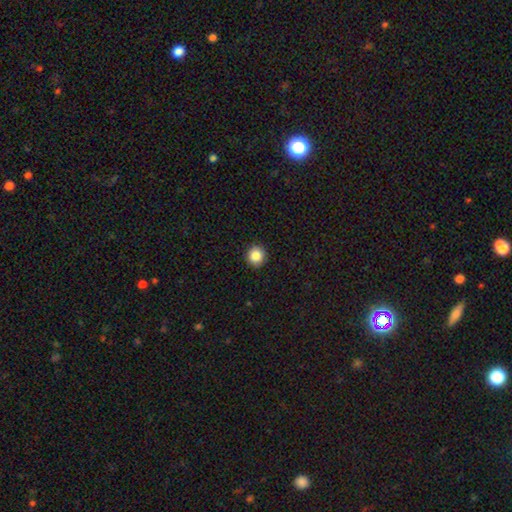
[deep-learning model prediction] Morphology: type=smooth (86%); roundness=round (93%); merging=none (92%).